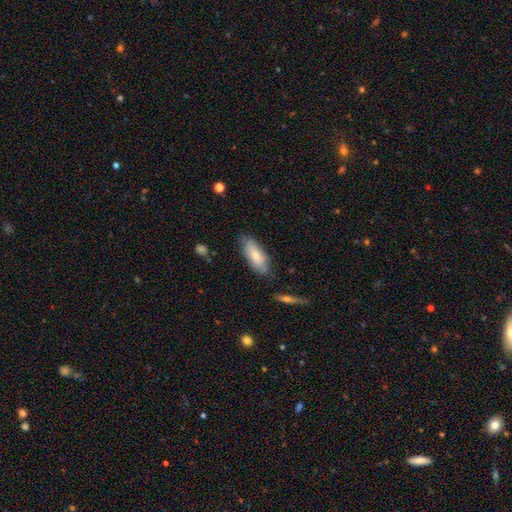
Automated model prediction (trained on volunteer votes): smooth-or-featured: smooth: 76% | featured or disk: 18% | star or artifact: 6%
  how-rounded: in between: 79% | cigar-shaped: 19% | round: 2%
  merging: none: 75% | minor disturbance: 19% | major disturbance: 4% | merger: 3%